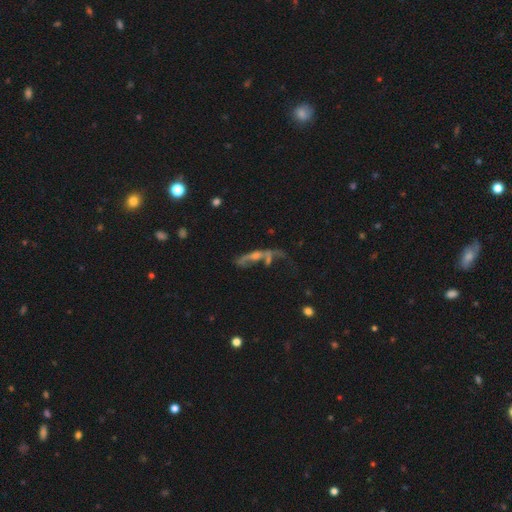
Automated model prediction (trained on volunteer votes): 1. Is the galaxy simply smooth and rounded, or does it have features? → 59% featured or disk, 24% smooth, 17% star or artifact.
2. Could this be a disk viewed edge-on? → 53% no, 47% yes.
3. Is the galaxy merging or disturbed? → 33% major disturbance, 28% none, 24% merger, 15% minor disturbance.